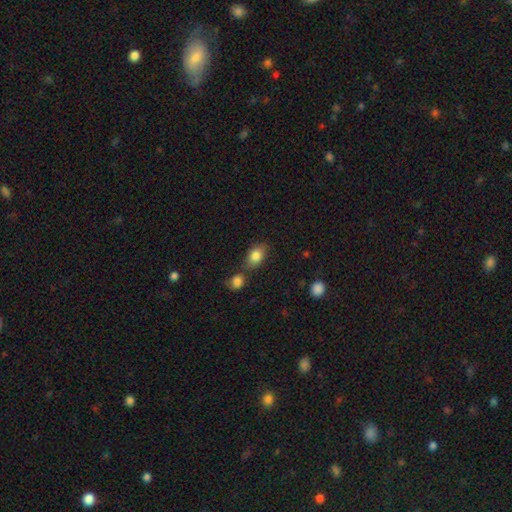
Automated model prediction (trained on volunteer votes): smooth 84%, star or artifact 8%, featured or disk 8%. Down the decision tree: how rounded — in between (80%); merging — none (60%).